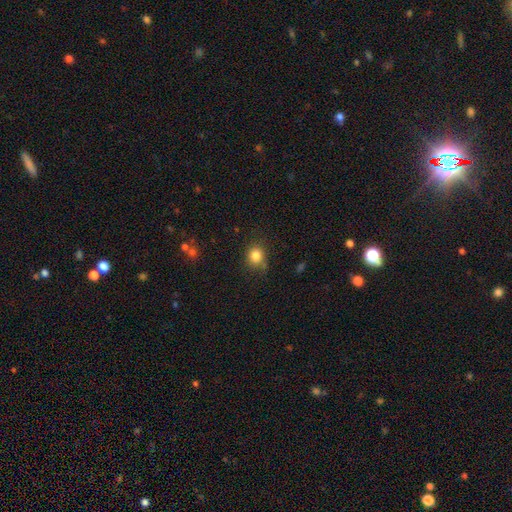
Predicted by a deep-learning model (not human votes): This appears to be a smooth galaxy with no disk features (83%) that is round (78%). Merging: none (81%).